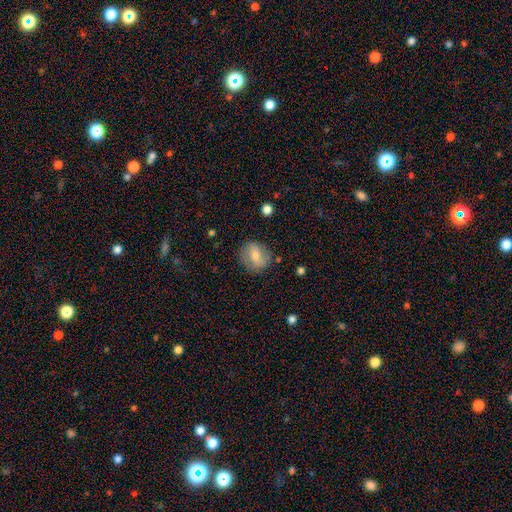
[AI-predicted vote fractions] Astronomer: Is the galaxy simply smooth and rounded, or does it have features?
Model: smooth — 63%.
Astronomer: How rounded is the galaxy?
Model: round — 72%.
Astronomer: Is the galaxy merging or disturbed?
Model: none — 76%.